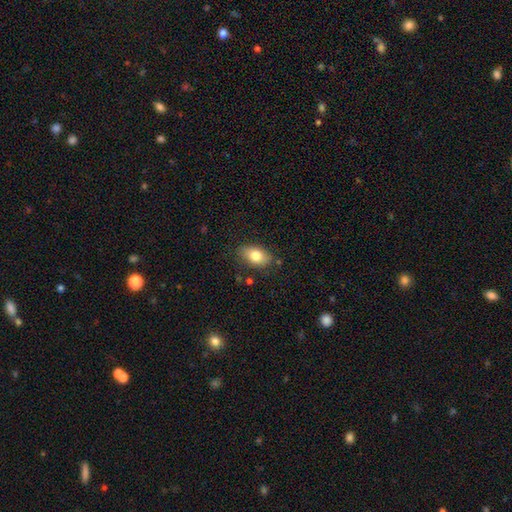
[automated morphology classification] The model was most divided on "merging": none: 81%, minor disturbance: 14%, major disturbance: 3%, merger: 2%. More confident: how rounded — in between (89%); smooth or featured — smooth (80%).